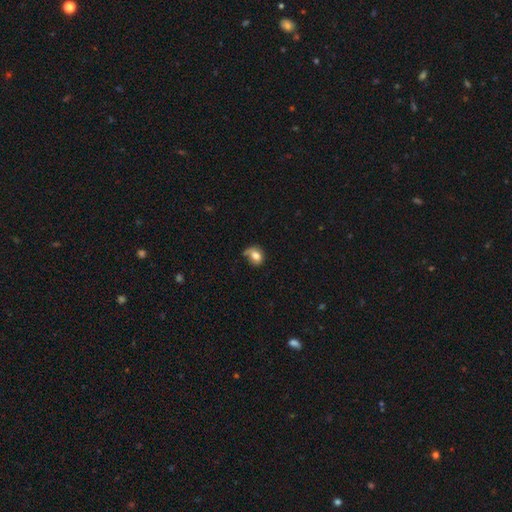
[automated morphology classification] smooth 74%, featured or disk 17%, star or artifact 9%. Down the decision tree: how rounded — round (54%); merging — none (41%).